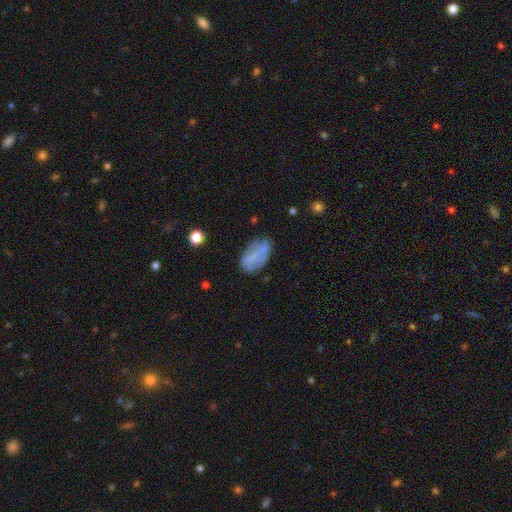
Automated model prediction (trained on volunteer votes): Smooth or featured: smooth — 53% (featured or disk — 36%)
How rounded: in between — 90% (cigar-shaped — 6%)
Merging: none — 61% (minor disturbance — 24%)